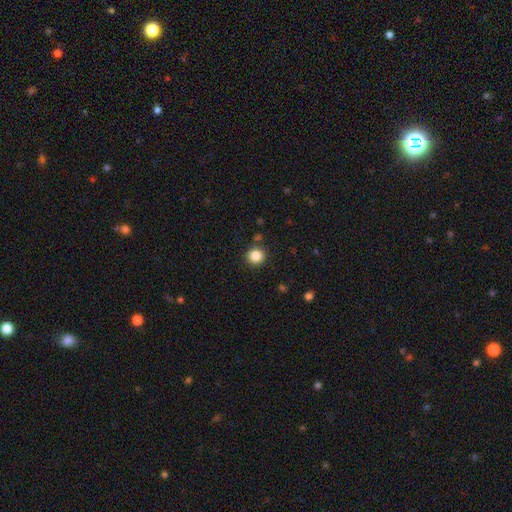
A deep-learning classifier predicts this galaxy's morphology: Smooth or featured?
  - smooth: 85% *
  - star or artifact: 11%
  - featured or disk: 4%
How rounded?
  - round: 93% *
  - in between: 6%
  - cigar-shaped: 1%
Merging?
  - none: 89% *
  - minor disturbance: 6%
  - merger: 3%
  - major disturbance: 2%